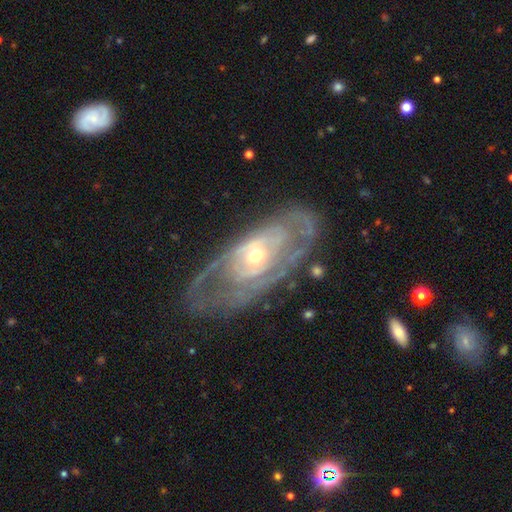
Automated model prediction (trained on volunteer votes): Morphology: type=featured or disk (84%); edge-on=no (90%); bar=no (68%); spiral arms=yes (78%); winding=tight (62%); arm count=can't tell (46%); bulge=moderate (58%); merging=none (63%).